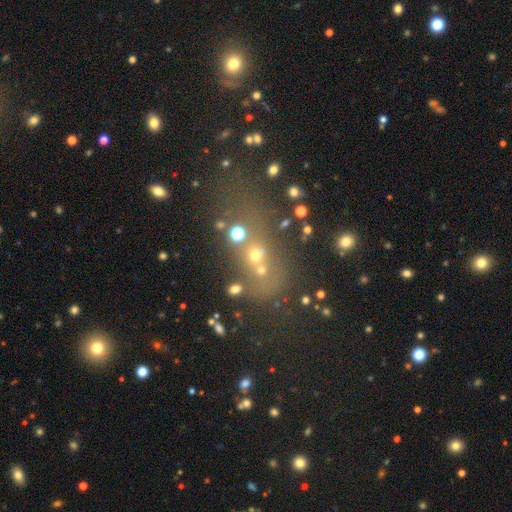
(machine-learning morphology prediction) smooth_or_featured: smooth (p=0.43) [alt: star or artifact p=0.37]
merging: merger (p=0.43) [alt: none p=0.37]